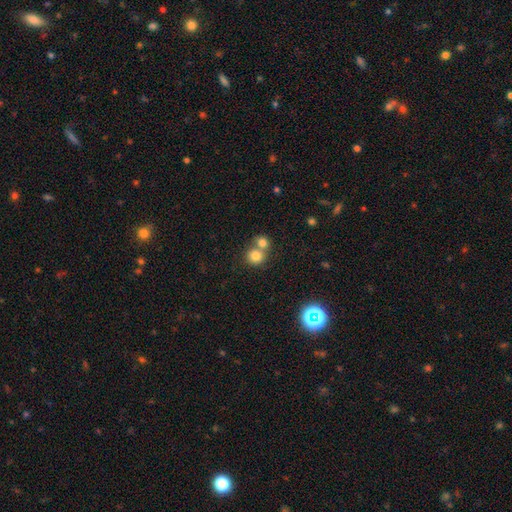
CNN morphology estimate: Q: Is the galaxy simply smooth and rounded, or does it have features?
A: smooth — 80%.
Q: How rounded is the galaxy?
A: round — 86%.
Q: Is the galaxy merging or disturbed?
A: merger — 49%.